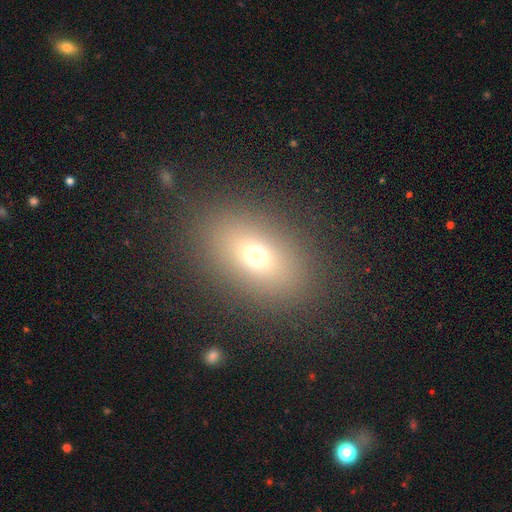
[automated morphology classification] smooth-or-featured: smooth: 68% | star or artifact: 17% | featured or disk: 15%
  how-rounded: in between: 76% | round: 21% | cigar-shaped: 3%
  merging: none: 85% | minor disturbance: 8% | major disturbance: 5% | merger: 1%